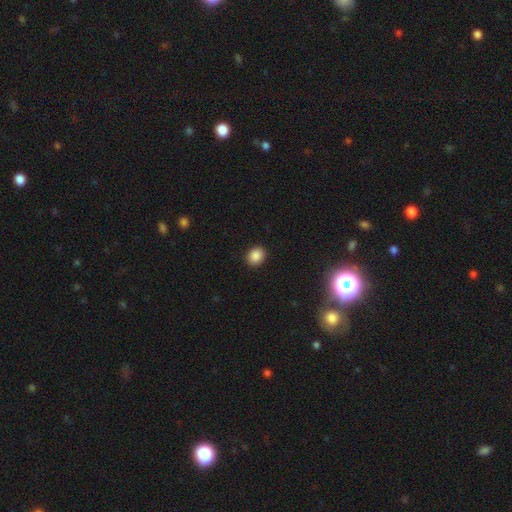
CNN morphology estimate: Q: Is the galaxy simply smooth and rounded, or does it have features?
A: smooth — 88%.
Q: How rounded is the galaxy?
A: round — 55%.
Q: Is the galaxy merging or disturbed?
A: none — 90%.